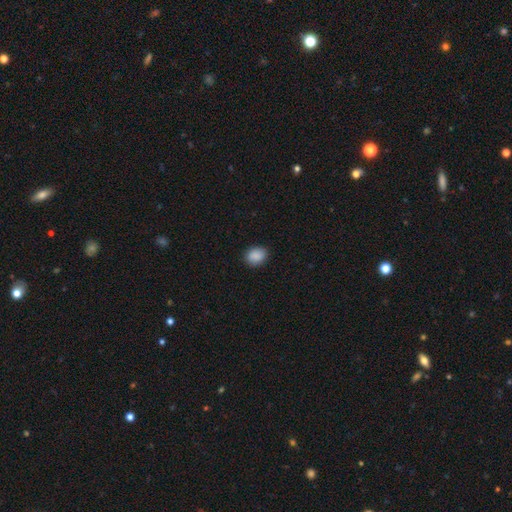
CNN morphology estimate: smooth_or_featured: smooth (p=0.89) [alt: star or artifact p=0.08]
how_rounded: in between (p=0.56) [alt: round p=0.43]
merging: none (p=0.87) [alt: minor disturbance p=0.10]